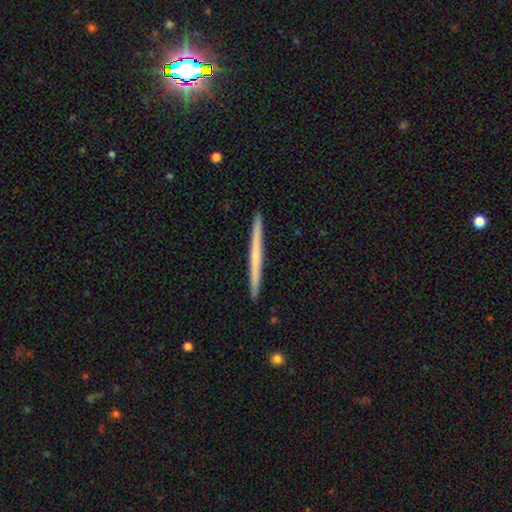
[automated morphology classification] The model was most divided on "smooth or featured": featured or disk: 53%, smooth: 41%, star or artifact: 6%. More confident: edge-on disk — yes (98%); merging — none (93%); edge-on bulge — none (75%).